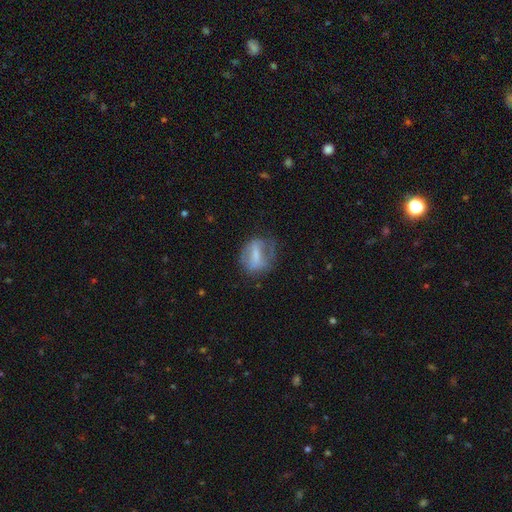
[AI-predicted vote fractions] Smooth or featured? featured or disk (46%)
Merging? none (52%)